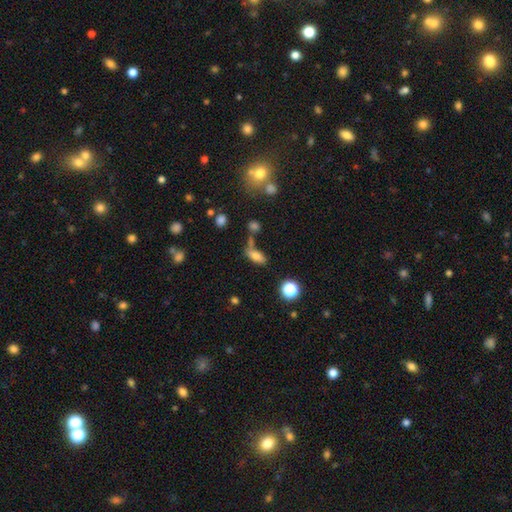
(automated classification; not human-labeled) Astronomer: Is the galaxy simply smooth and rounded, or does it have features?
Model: smooth — 75%.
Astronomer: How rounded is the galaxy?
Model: in between — 83%.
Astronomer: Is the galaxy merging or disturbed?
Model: none — 52%.